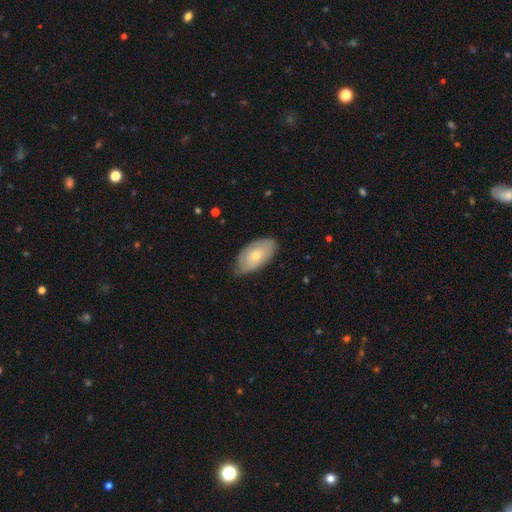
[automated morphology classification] This appears to be a smooth galaxy with no disk features (62%) that is in between round and cigar-shaped (94%). Merging: none (75%).